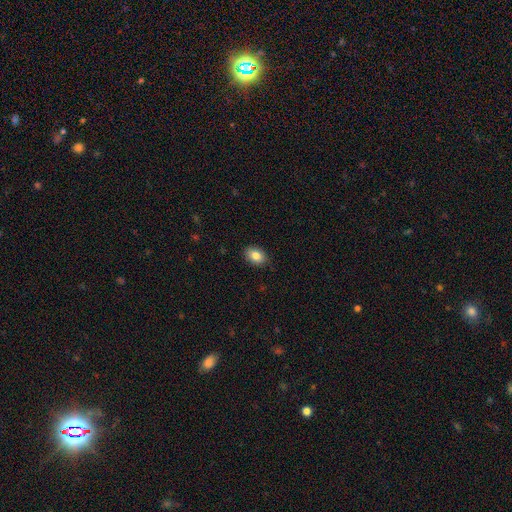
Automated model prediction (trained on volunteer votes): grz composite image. It shows a smooth galaxy with no disk features (84%) that is in between round and cigar-shaped (75%). Merging: none (87%).